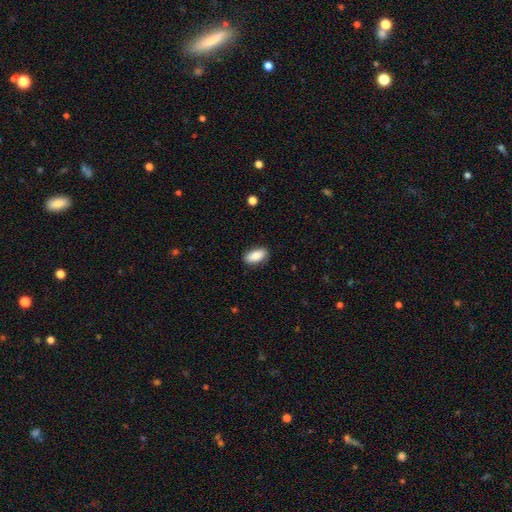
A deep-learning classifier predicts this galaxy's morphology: Q: Smooth or featured?
A: smooth (85%); runner-up: featured or disk (8%)
Q: How rounded?
A: in between (91%); runner-up: cigar-shaped (6%)
Q: Merging?
A: none (85%); runner-up: minor disturbance (12%)